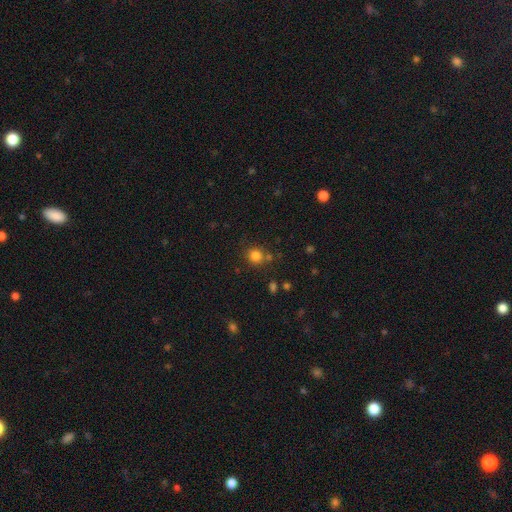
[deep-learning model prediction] Smooth or featured: smooth — 81% (star or artifact — 14%)
How rounded: round — 88% (in between — 11%)
Merging: none — 73% (merger — 12%)